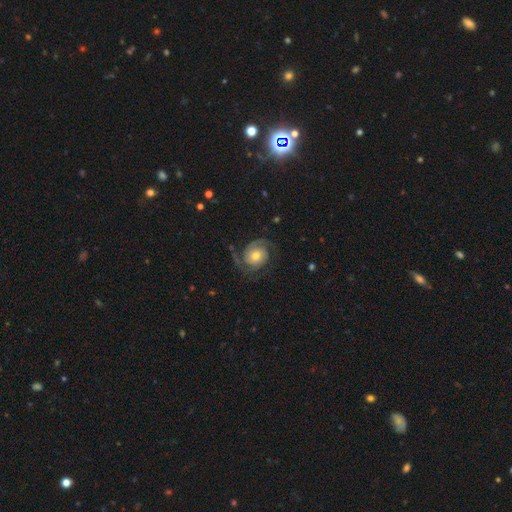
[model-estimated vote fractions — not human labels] This is clearly a featured or disk galaxy (82%). It is clearly not viewed edge-on (98%). Bar: likely no (72%). Spiral arm pattern: clearly yes (96%). Spiral arm count: clearly 2 (82%). Spiral winding: marginally medium (42%). Central bulge: possibly moderate (59%). Merging: likely none (70%).